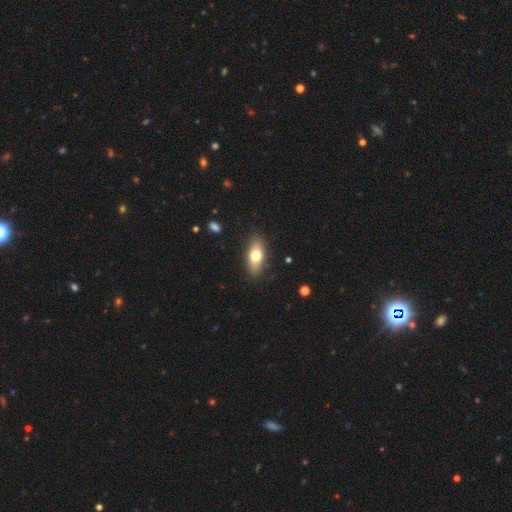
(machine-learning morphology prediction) Smooth or featured?
  - smooth: 69% *
  - featured or disk: 24%
  - star or artifact: 7%
How rounded?
  - in between: 79% *
  - cigar-shaped: 17%
  - round: 4%
Merging?
  - none: 86% *
  - minor disturbance: 10%
  - major disturbance: 2%
  - merger: 1%